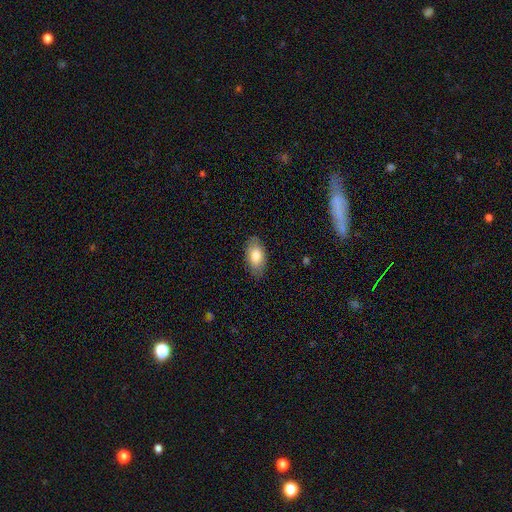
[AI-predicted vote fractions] The model was most divided on "smooth or featured": smooth: 81%, featured or disk: 13%, star or artifact: 6%. More confident: how rounded — in between (94%); merging — none (83%).